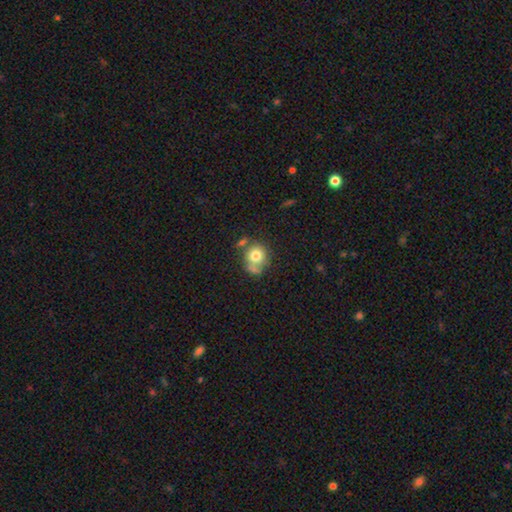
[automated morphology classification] smooth_or_featured: smooth (p=0.75) [alt: featured or disk p=0.16]
how_rounded: round (p=0.78) [alt: in between p=0.21]
merging: none (p=0.47) [alt: merger p=0.24]